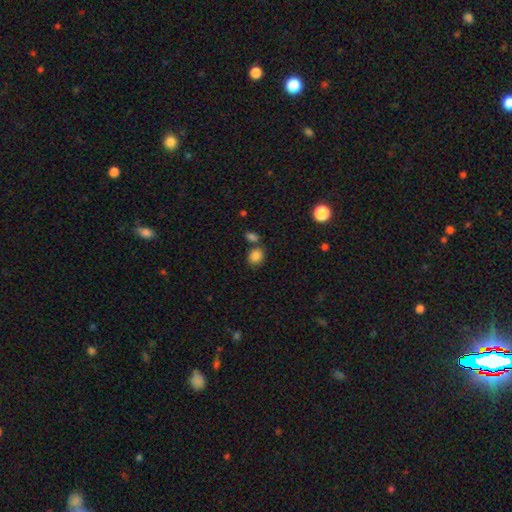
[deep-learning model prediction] The model was most divided on "how rounded": round: 61%, in between: 38%, cigar-shaped: 1%. More confident: smooth or featured — smooth (85%); merging — none (65%).